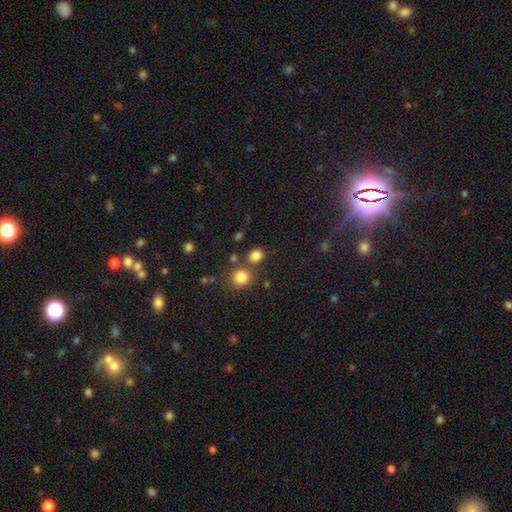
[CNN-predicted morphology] Smooth or featured? smooth (82%)
How rounded? round (68%)
Merging? none (70%)